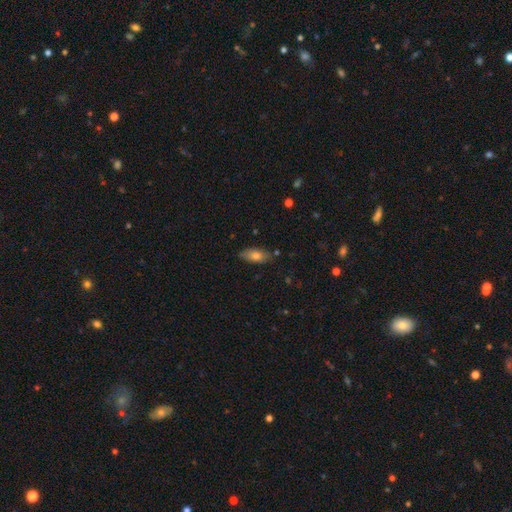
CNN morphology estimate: Smooth or featured: smooth — 75% (featured or disk — 18%)
How rounded: in between — 83% (cigar-shaped — 14%)
Merging: none — 79% (minor disturbance — 16%)